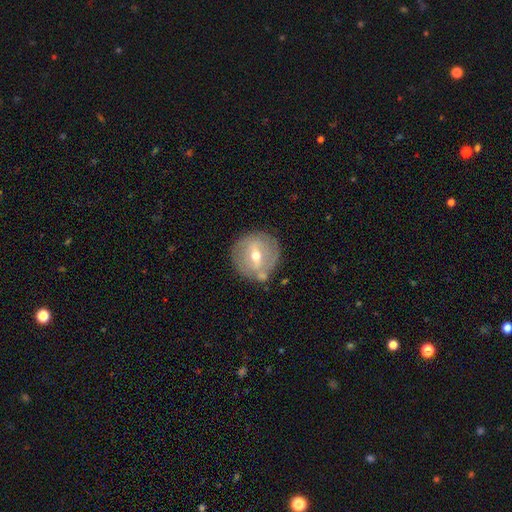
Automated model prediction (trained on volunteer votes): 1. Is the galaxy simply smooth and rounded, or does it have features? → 57% featured or disk, 35% smooth, 8% star or artifact.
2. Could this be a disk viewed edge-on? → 92% no, 8% yes.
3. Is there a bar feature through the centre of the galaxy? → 49% weak, 30% strong, 22% no.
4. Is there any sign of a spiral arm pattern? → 61% no, 39% yes.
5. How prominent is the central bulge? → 65% moderate, 30% small, 3% large, 1% none, 1% dominant.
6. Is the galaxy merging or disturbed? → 73% none, 14% minor disturbance, 8% merger, 5% major disturbance.